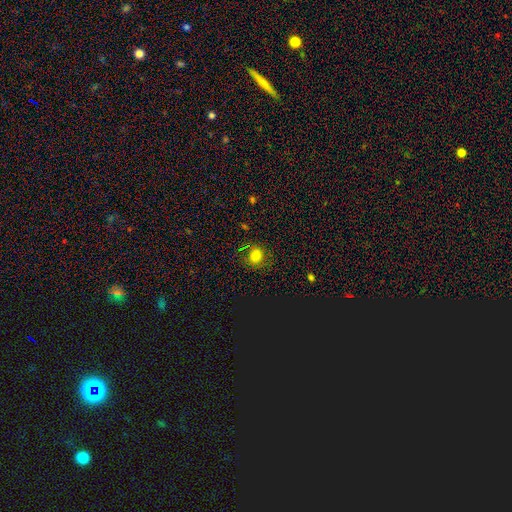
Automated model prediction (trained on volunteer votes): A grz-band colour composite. It shows a smooth galaxy with no disk features (74%) that is round (75%). Merging: none (79%).